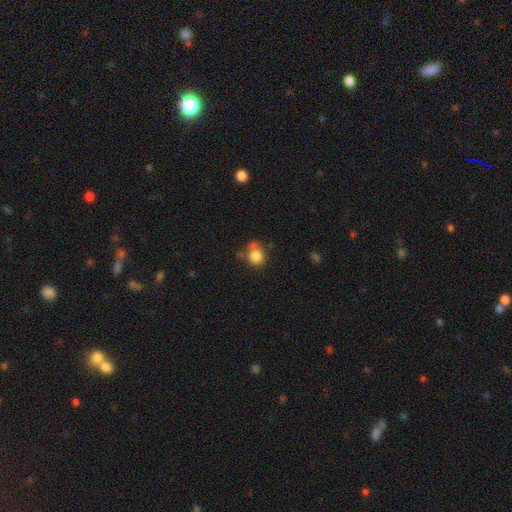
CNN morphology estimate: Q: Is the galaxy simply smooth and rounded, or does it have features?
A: smooth — 82%.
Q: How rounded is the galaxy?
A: round — 75%.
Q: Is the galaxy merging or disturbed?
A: none — 53%.